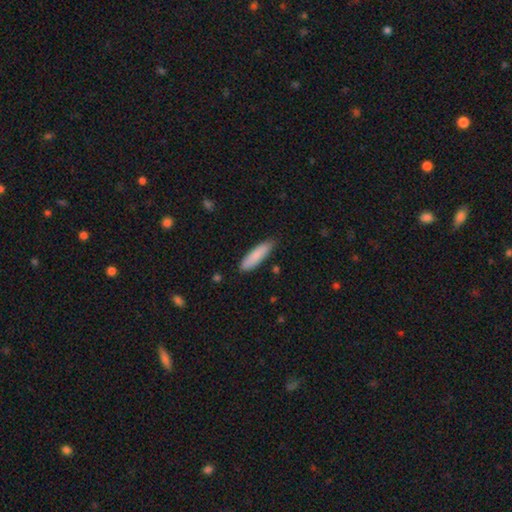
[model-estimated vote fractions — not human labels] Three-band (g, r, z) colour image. It shows a smooth galaxy with no disk features (85%) that is cigar-shaped (65%). Merging: none (83%).